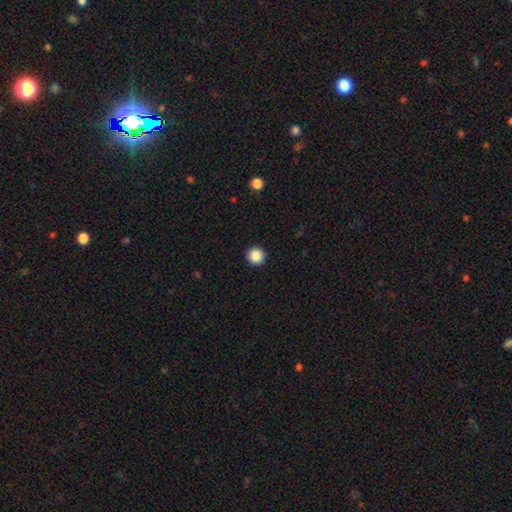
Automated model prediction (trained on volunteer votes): Smooth or featured? smooth (88%)
How rounded? round (96%)
Merging? none (94%)